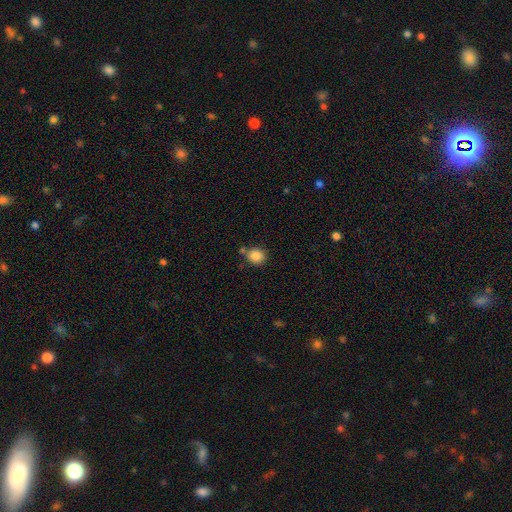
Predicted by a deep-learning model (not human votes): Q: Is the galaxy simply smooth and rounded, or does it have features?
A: smooth — 86%.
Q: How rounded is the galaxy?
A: round — 77%.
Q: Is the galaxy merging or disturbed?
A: none — 71%.